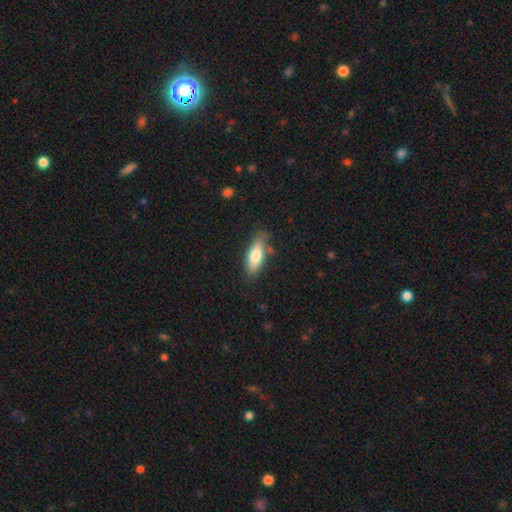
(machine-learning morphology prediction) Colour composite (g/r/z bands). It shows a smooth galaxy with no disk features (75%) that is in between round and cigar-shaped (68%). Merging: none (74%).